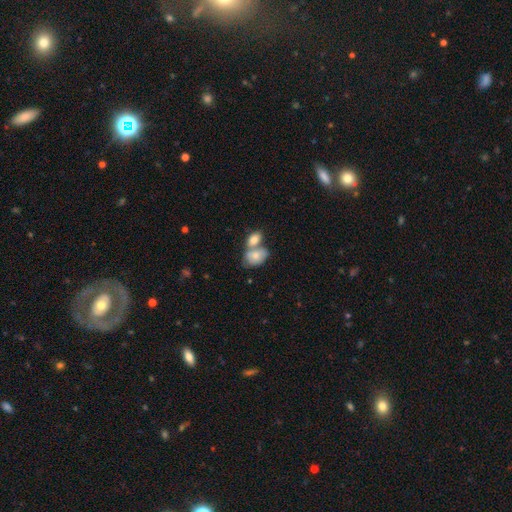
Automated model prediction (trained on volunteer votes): smooth_or_featured: smooth (p=0.73) [alt: featured or disk p=0.20]
how_rounded: in between (p=0.82) [alt: round p=0.16]
merging: merger (p=0.62) [alt: none p=0.24]